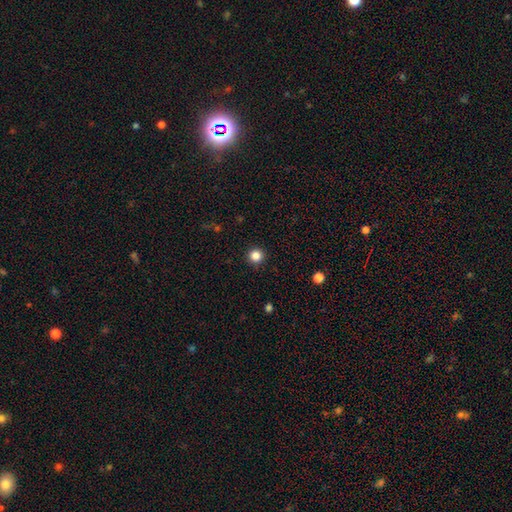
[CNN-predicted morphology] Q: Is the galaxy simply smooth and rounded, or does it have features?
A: smooth — 85%.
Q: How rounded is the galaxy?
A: round — 96%.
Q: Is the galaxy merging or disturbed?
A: none — 93%.